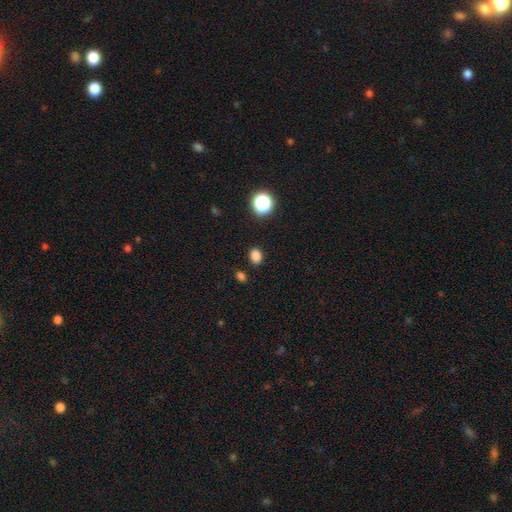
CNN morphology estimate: A smooth galaxy with no disk features (83%) that is in between round and cigar-shaped (64%).

Vote fractions:
- Smooth or featured? smooth: 83% / star or artifact: 14% / featured or disk: 3%
- How rounded? in between: 64% / round: 35% / cigar-shaped: 1%
- Merging? none: 86% / minor disturbance: 9% / merger: 3% / major disturbance: 3%